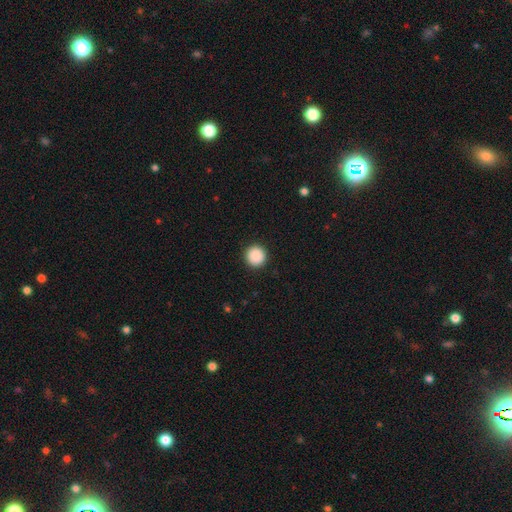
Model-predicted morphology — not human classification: type=smooth (89%); roundness=round (96%); merging=none (93%).